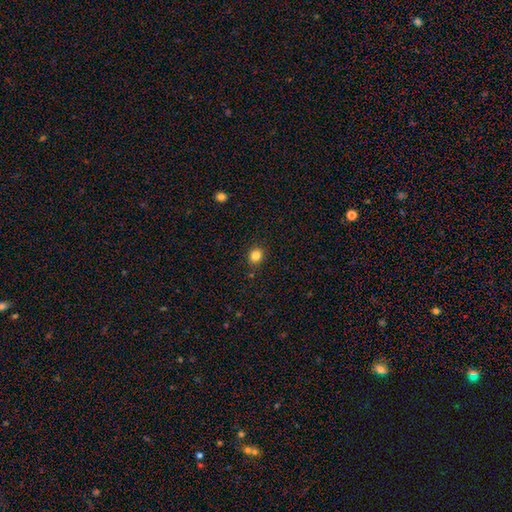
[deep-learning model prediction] This is clearly a smooth galaxy (84%). How rounded: clearly round (82%). Merging: clearly none (89%).